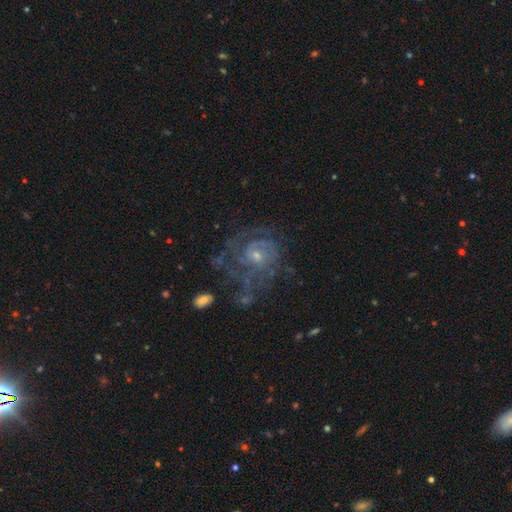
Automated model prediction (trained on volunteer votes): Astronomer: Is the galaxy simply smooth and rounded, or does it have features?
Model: featured or disk — 80%.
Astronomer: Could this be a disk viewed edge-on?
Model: no — 98%.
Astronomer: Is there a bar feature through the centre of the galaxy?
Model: no — 67%.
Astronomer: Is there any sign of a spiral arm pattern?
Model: yes — 85%.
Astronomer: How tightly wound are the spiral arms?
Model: tight — 58%.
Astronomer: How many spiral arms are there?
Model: can't tell — 43% (runner-up: 2, 23%).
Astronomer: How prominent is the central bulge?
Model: small — 60%.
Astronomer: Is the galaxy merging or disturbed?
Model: none — 53%.